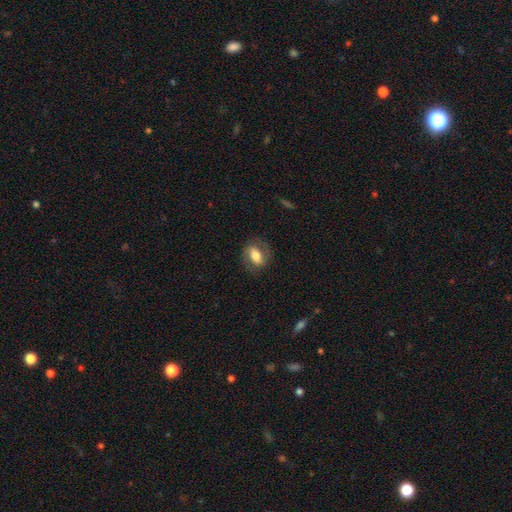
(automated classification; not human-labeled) Smooth or featured?
  - smooth: 50% *
  - featured or disk: 43%
  - star or artifact: 8%
Merging?
  - none: 77% *
  - minor disturbance: 15%
  - major disturbance: 7%
  - merger: 1%